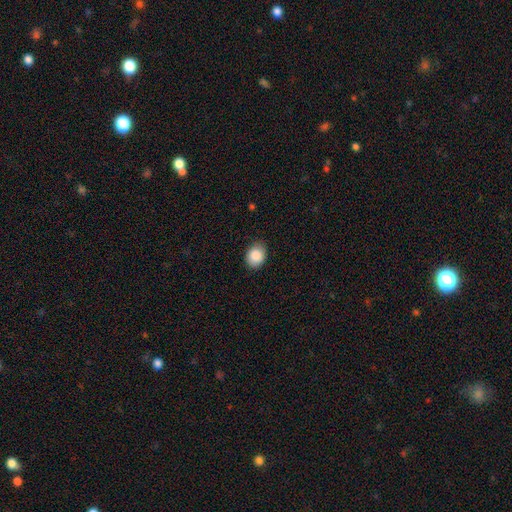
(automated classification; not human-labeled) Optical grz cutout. It shows a smooth galaxy with no disk features (87%) that is in between round and cigar-shaped (53%). Merging: none (83%).